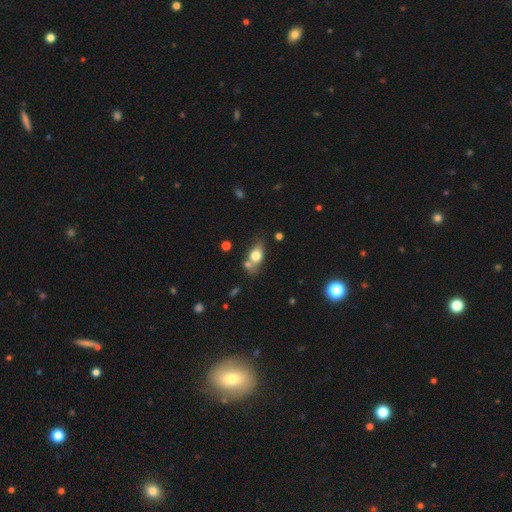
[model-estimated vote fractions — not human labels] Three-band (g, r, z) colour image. It shows a smooth galaxy with no disk features (70%) that is in between round and cigar-shaped (74%). Merging: none (52%).